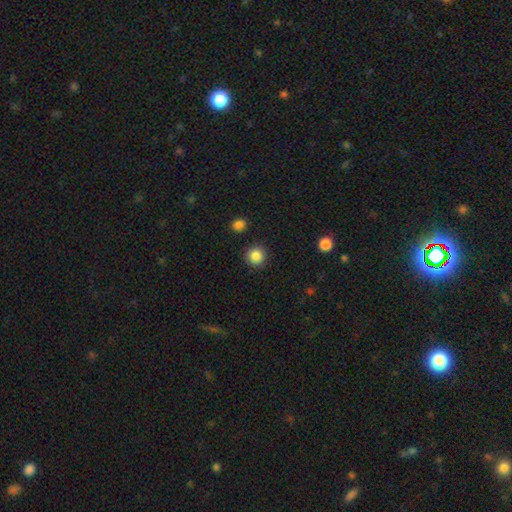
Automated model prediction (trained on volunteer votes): Smooth or featured: smooth — 86% (star or artifact — 10%)
How rounded: round — 95% (in between — 4%)
Merging: none — 92% (minor disturbance — 5%)